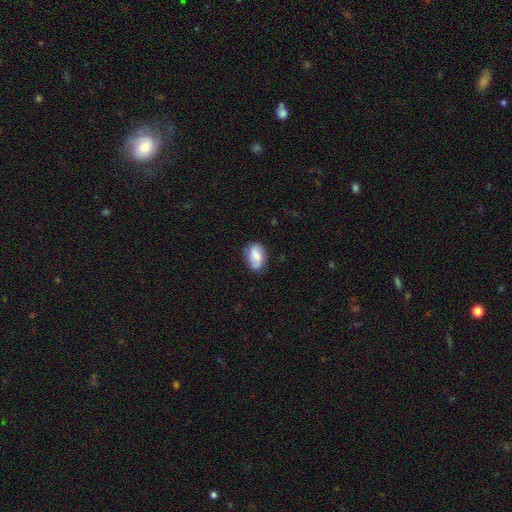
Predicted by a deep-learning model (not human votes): smooth_or_featured: smooth (p=0.65) [alt: featured or disk p=0.27]
how_rounded: in between (p=0.86) [alt: round p=0.12]
merging: none (p=0.67) [alt: minor disturbance p=0.25]